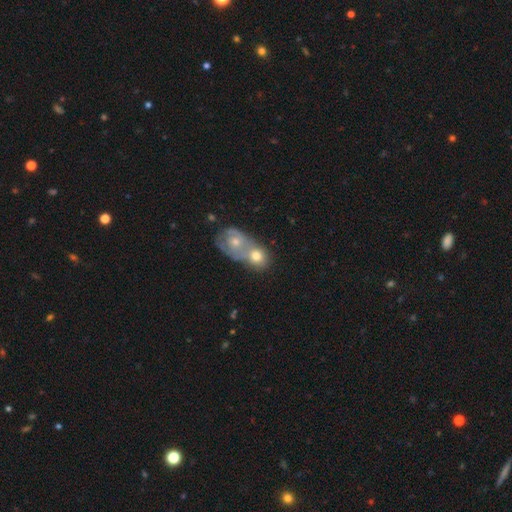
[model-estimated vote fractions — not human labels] smooth_or_featured: smooth (p=0.56) [alt: featured or disk p=0.33]
how_rounded: round (p=0.63) [alt: in between p=0.36]
merging: merger (p=0.68) [alt: none p=0.22]